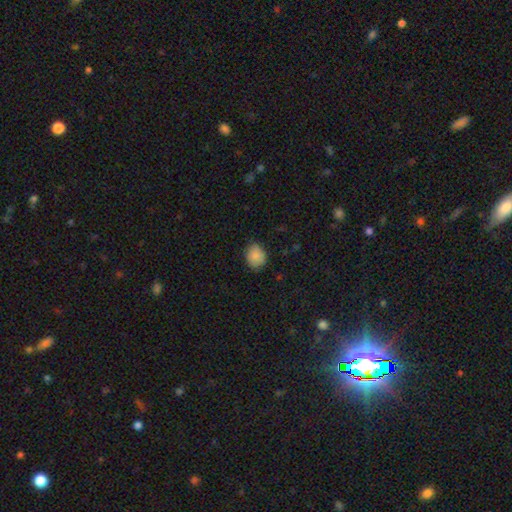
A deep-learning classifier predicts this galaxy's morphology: smooth 87%, star or artifact 8%, featured or disk 5%. Down the decision tree: how rounded — round (52%); merging — none (78%).